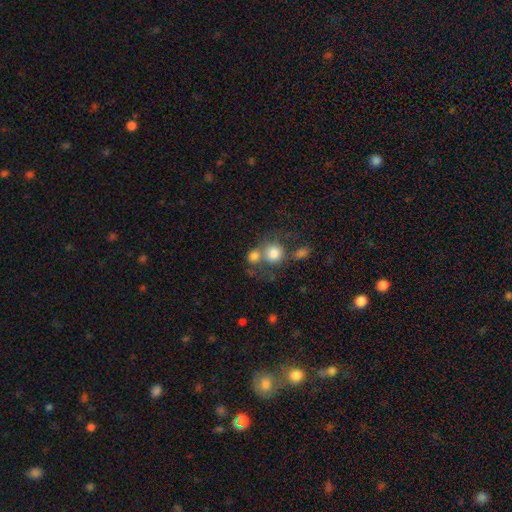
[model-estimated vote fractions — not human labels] Q: Smooth or featured?
A: smooth (74%); runner-up: featured or disk (13%)
Q: How rounded?
A: round (83%); runner-up: in between (16%)
Q: Merging?
A: none (42%); runner-up: merger (41%)